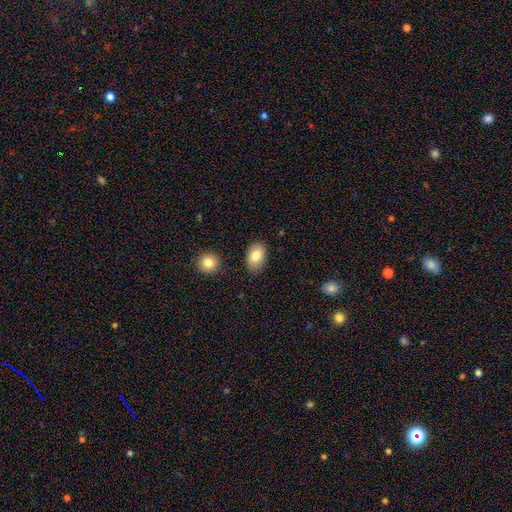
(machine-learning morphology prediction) type=smooth (81%); roundness=in between (88%); merging=none (82%).